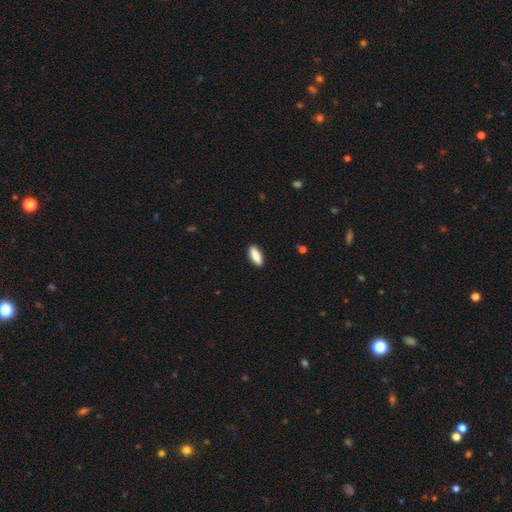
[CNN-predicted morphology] This is clearly a smooth galaxy (88%). How rounded: likely in between (73%). Merging: clearly none (90%).